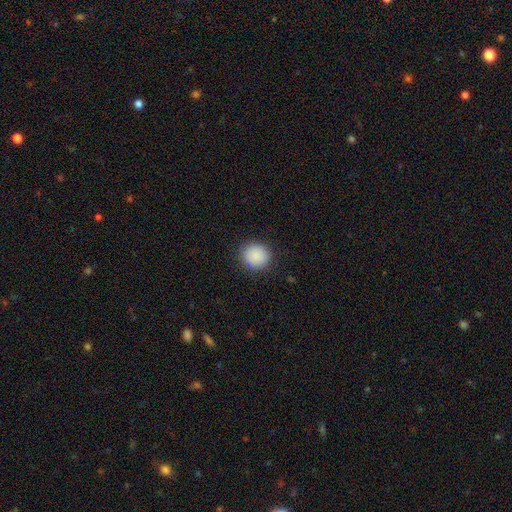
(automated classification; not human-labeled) A smooth galaxy with no disk features (89%) that is round (88%). Merging: none (90%).